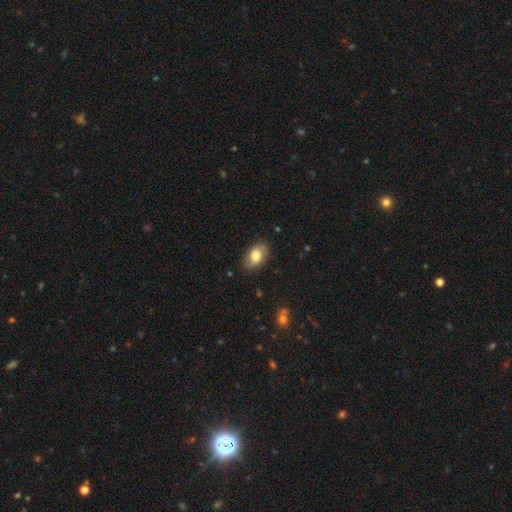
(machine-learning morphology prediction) smooth_or_featured: smooth (p=0.75) [alt: featured or disk p=0.18]
how_rounded: in between (p=0.90) [alt: round p=0.08]
merging: none (p=0.83) [alt: minor disturbance p=0.13]